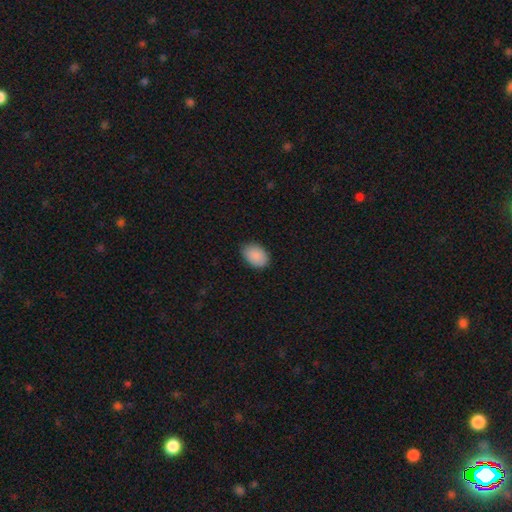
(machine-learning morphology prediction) smooth_or_featured: smooth (p=0.90) [alt: star or artifact p=0.07]
how_rounded: in between (p=0.79) [alt: round p=0.20]
merging: none (p=0.81) [alt: minor disturbance p=0.16]